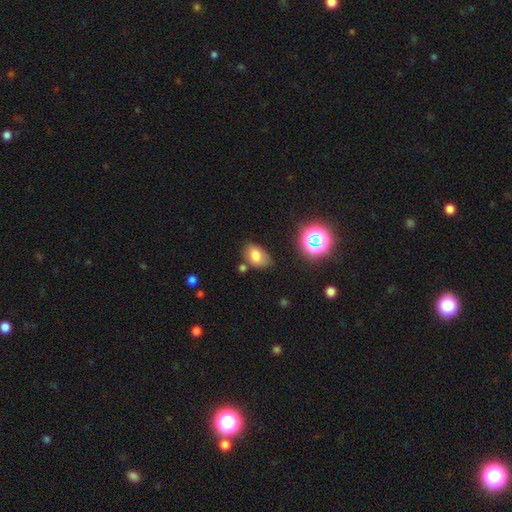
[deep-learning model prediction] Morphology: type=smooth (75%); roundness=in between (85%); merging=none (63%).